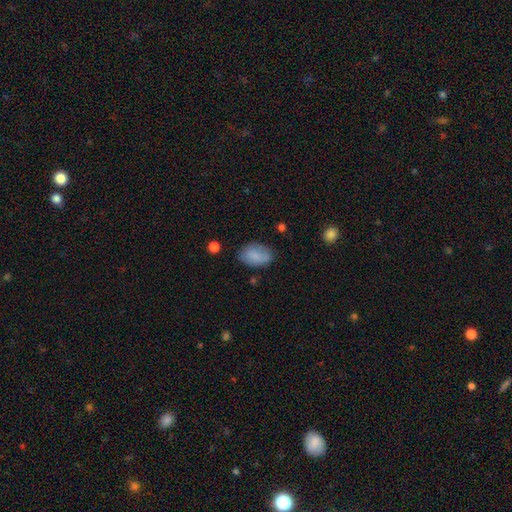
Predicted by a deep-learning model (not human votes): Overall: smooth (83%). How rounded: in between (88%). Merging: none (73%).